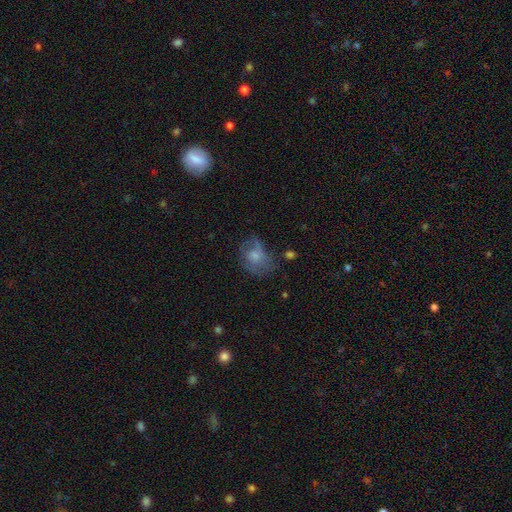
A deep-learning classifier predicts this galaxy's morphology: Overall: smooth (51%; featured or disk 38%). How rounded: in between (64%; round 34%). Merging: none (36%; major disturbance 33%).